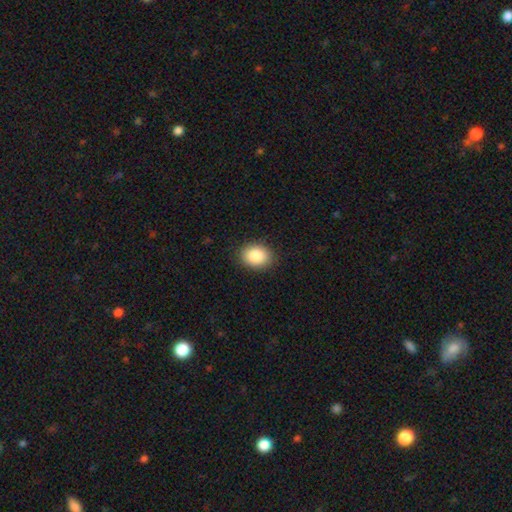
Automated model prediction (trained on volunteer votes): Smooth or featured?
  - smooth: 87% *
  - star or artifact: 8%
  - featured or disk: 5%
How rounded?
  - in between: 55% *
  - round: 44%
  - cigar-shaped: 1%
Merging?
  - none: 89% *
  - minor disturbance: 8%
  - major disturbance: 2%
  - merger: 1%